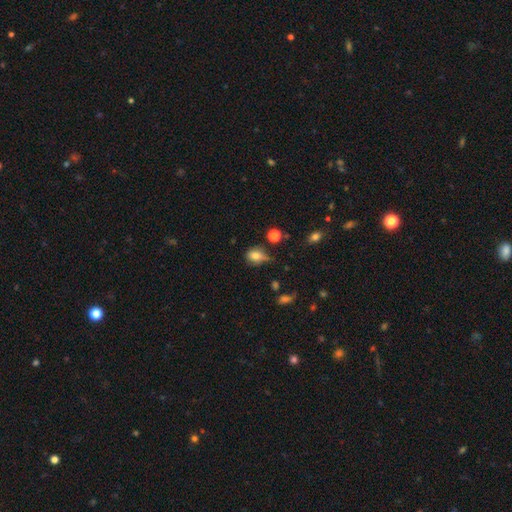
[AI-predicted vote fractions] The model was most divided on "merging": none: 46%, minor disturbance: 36%, major disturbance: 13%, merger: 5%. More confident: smooth or featured — smooth (77%); how rounded — round (56%).